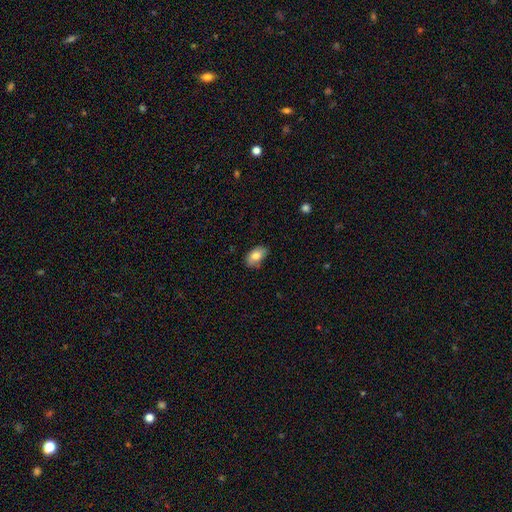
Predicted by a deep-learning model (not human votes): This is likely a smooth galaxy (79%). How rounded: clearly in between (91%). Merging: likely none (71%).